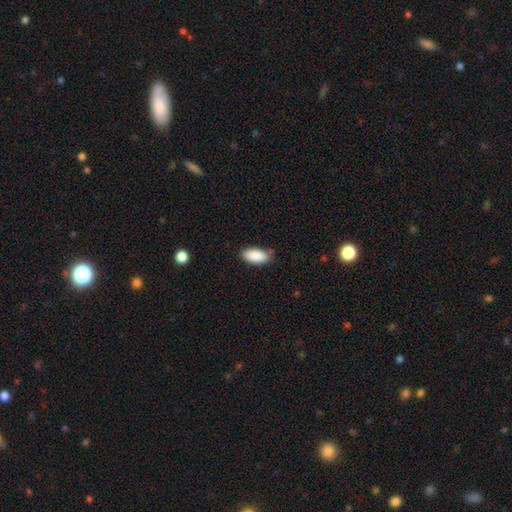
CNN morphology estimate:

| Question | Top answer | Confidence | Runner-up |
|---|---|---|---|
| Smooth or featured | smooth | 89% | star or artifact (6%) |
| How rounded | in between | 89% | cigar-shaped (9%) |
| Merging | none | 79% | minor disturbance (16%) |